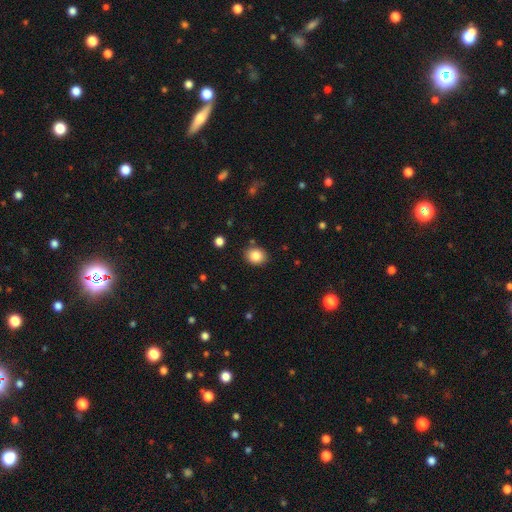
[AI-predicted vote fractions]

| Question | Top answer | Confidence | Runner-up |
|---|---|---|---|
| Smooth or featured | smooth | 85% | star or artifact (9%) |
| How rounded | round | 62% | in between (37%) |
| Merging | none | 87% | minor disturbance (9%) |